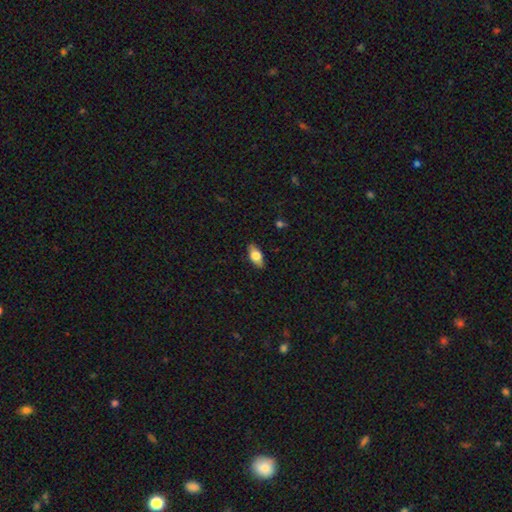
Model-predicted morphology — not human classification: The model was most divided on "smooth or featured": smooth: 70%, featured or disk: 23%, star or artifact: 7%. More confident: merging — none (87%); how rounded — in between (86%).